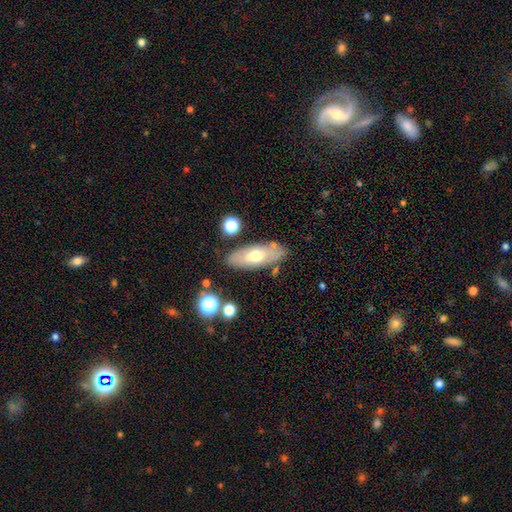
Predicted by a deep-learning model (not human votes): smooth-or-featured: smooth: 56% | featured or disk: 37% | star or artifact: 7%
  how-rounded: in between: 73% | cigar-shaped: 24% | round: 3%
  merging: none: 79% | minor disturbance: 13% | merger: 4% | major disturbance: 3%